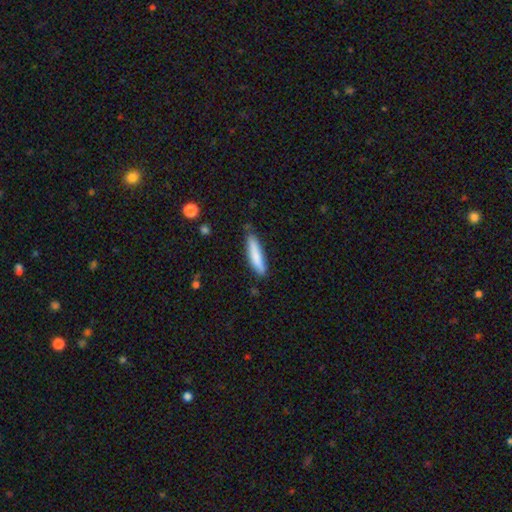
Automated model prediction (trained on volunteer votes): This appears to be a smooth galaxy with no disk features (82%) that is cigar-shaped (82%). Merging: none (81%).